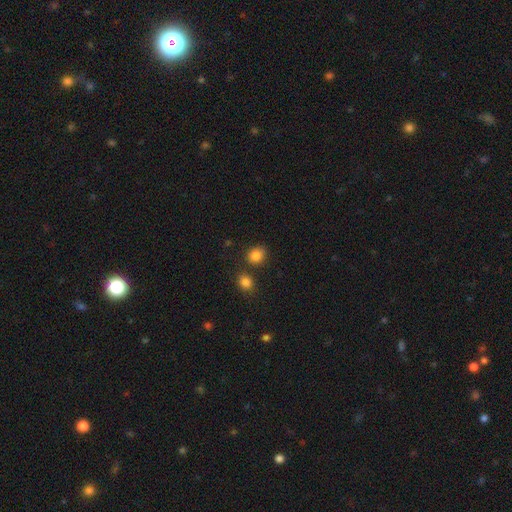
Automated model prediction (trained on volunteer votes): This is clearly a smooth galaxy (85%). How rounded: likely round (71%). Merging: likely none (74%).